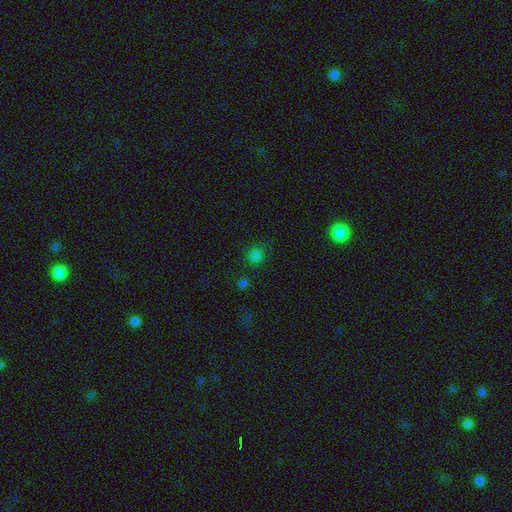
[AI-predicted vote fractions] Overall: smooth (76%). How rounded: round (88%). Merging: none (83%).